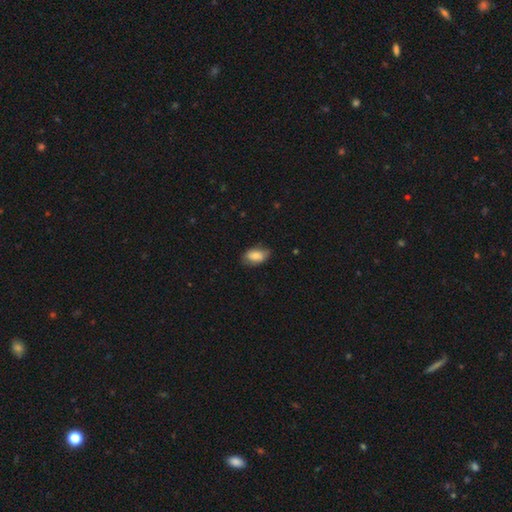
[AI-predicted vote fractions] This appears to be a smooth galaxy with no disk features (80%) that is in between round and cigar-shaped (92%). Merging: none (69%).